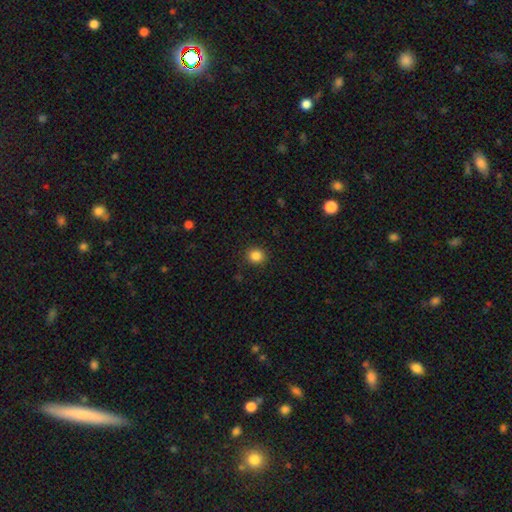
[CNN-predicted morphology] This appears to be a smooth galaxy with no disk features (86%) that is round (86%). Merging: none (91%).